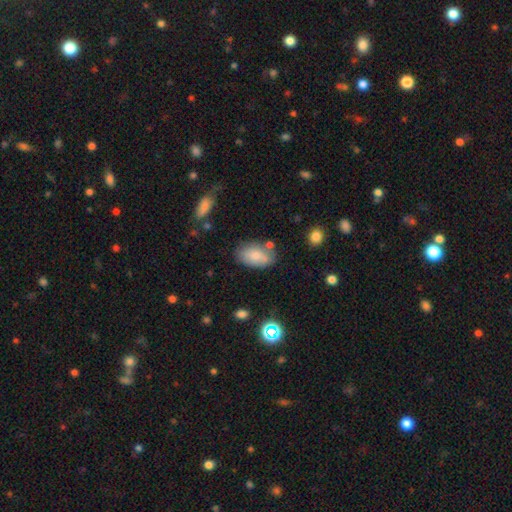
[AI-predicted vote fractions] Morphology: type=smooth (78%); roundness=in between (93%); merging=none (69%).